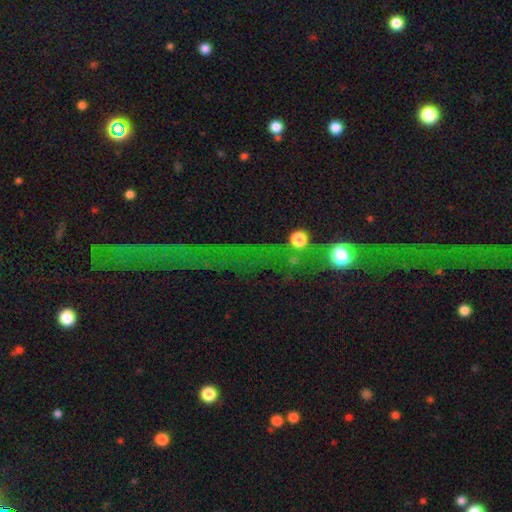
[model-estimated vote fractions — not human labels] This appears to be a star or artifact, not a galaxy (57%).